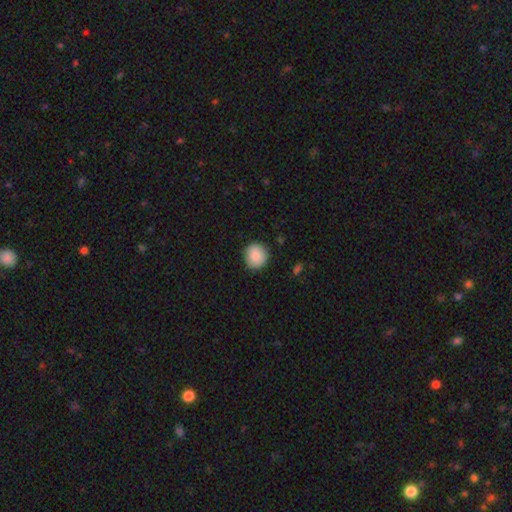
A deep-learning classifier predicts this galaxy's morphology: A smooth galaxy with no disk features (88%) that is round (90%).

Vote fractions:
- Smooth or featured? smooth: 88% / star or artifact: 7% / featured or disk: 5%
- How rounded? round: 90% / in between: 9% / cigar-shaped: 1%
- Merging? none: 88% / minor disturbance: 9% / major disturbance: 2% / merger: 1%